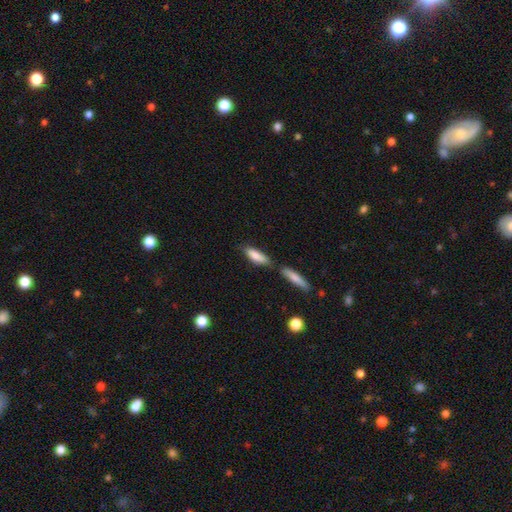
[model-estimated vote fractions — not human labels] Q: Smooth or featured?
A: smooth (81%); runner-up: featured or disk (13%)
Q: How rounded?
A: in between (52%); runner-up: cigar-shaped (46%)
Q: Merging?
A: none (55%); runner-up: merger (25%)